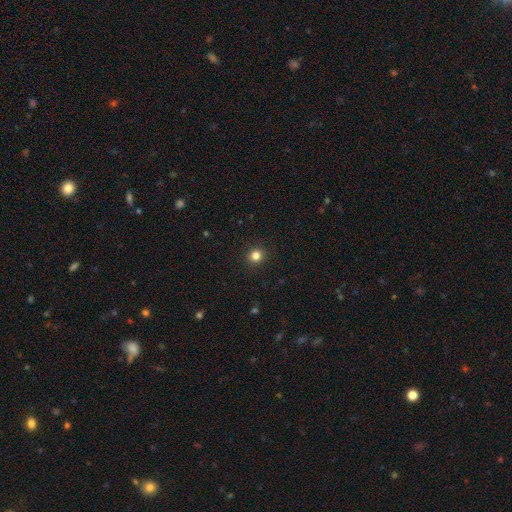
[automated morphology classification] smooth-or-featured: smooth: 82% | star or artifact: 13% | featured or disk: 4%
  how-rounded: round: 90% | in between: 9% | cigar-shaped: 1%
  merging: none: 92% | minor disturbance: 5% | major disturbance: 2% | merger: 1%